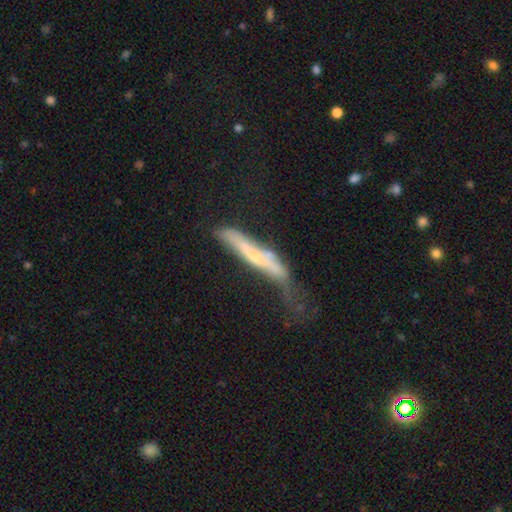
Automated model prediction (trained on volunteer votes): Smooth or featured? Predicted: featured or disk (p=0.57). Edge-on disk? Predicted: yes (p=0.70). Merging? Predicted: major disturbance (p=0.31).